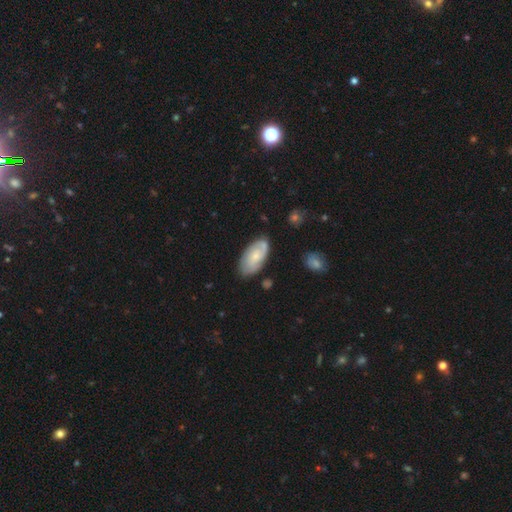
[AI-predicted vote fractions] Overall: featured or disk (49%; smooth 45%). Merging: none (73%).